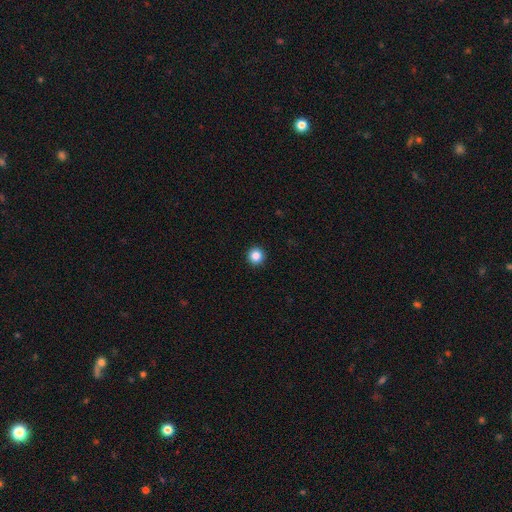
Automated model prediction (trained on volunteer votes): Morphology: type=smooth (86%); roundness=round (96%); merging=none (94%).